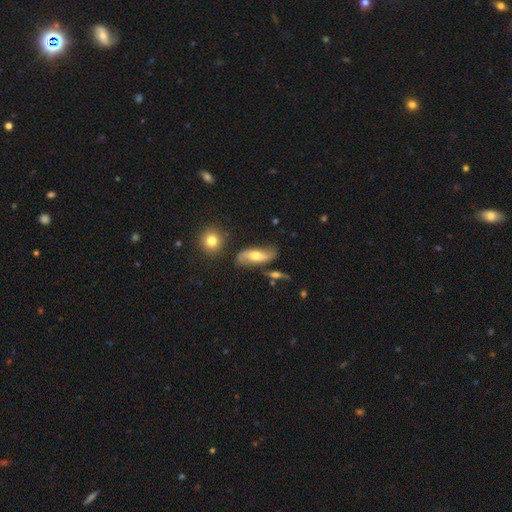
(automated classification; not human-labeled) Smooth or featured: featured or disk — 60% (smooth — 32%)
Edge-on disk: no — 87% (yes — 13%)
Bar: no — 58% (weak — 29%)
Spiral arms: yes — 84% (no — 16%)
Bulge size: moderate — 68% (small — 23%)
Merging: none — 67% (minor disturbance — 19%)